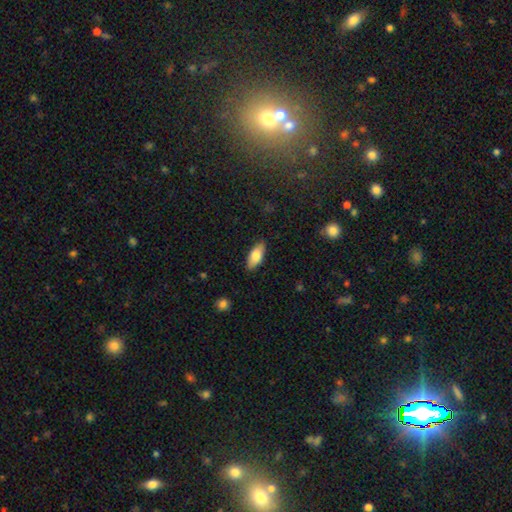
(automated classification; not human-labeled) smooth-or-featured: smooth: 77% | featured or disk: 17% | star or artifact: 6%
  how-rounded: in between: 83% | cigar-shaped: 14% | round: 2%
  merging: none: 87% | minor disturbance: 10% | major disturbance: 2% | merger: 1%